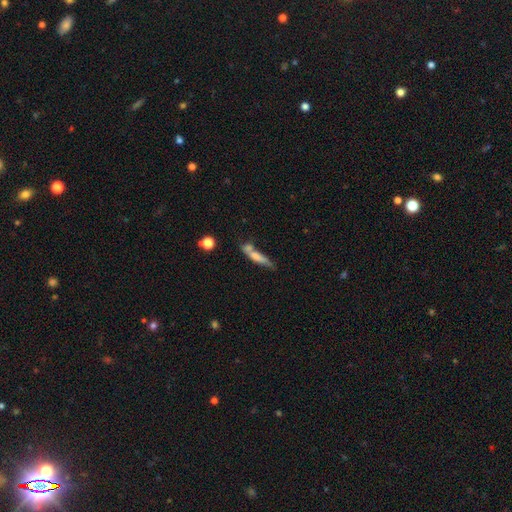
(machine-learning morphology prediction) Smooth or featured? Predicted: smooth (p=0.64). How rounded? Predicted: cigar-shaped (p=0.80). Merging? Predicted: none (p=0.46).